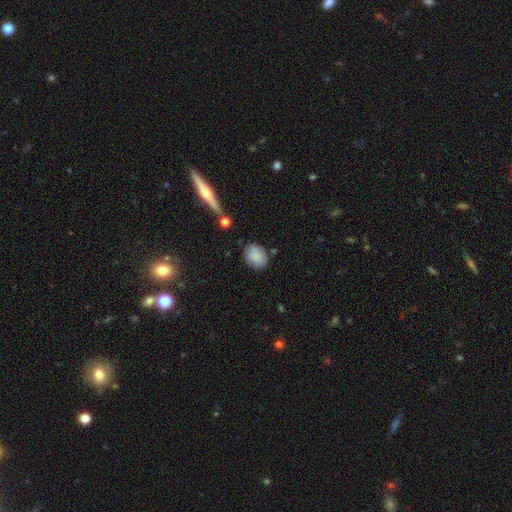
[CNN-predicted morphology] Q: Smooth or featured?
A: smooth (83%); runner-up: featured or disk (9%)
Q: How rounded?
A: in between (66%); runner-up: round (33%)
Q: Merging?
A: none (78%); runner-up: minor disturbance (15%)